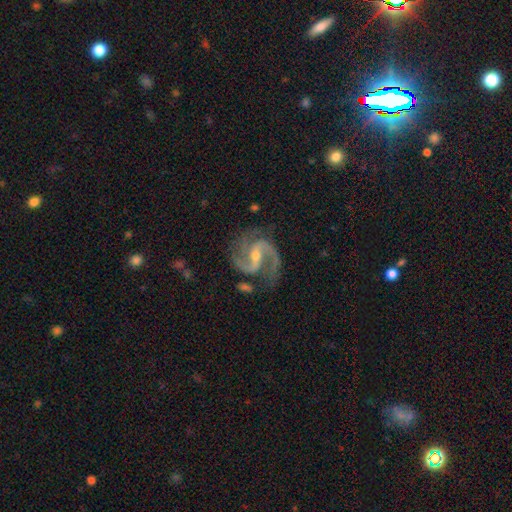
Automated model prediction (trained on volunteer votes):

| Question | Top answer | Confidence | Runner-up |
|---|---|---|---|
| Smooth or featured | featured or disk | 93% | star or artifact (4%) |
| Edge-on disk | no | 98% | yes (2%) |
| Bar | weak | 43% | strong (32%) |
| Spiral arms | yes | 99% | no (1%) |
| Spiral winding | medium | 63% | loose (24%) |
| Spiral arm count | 2 | 85% | 3 (8%) |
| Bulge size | small | 58% | moderate (38%) |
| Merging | none | 71% | minor disturbance (18%) |